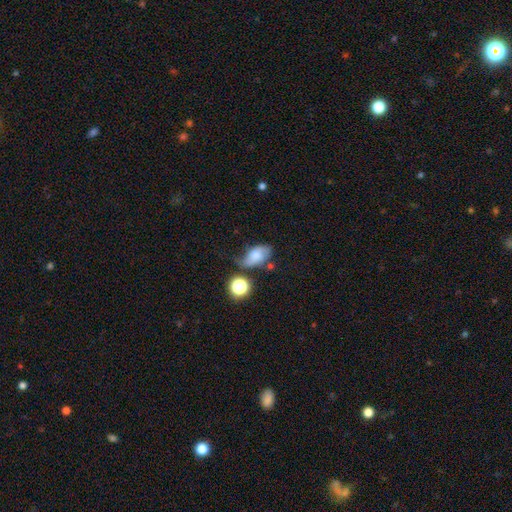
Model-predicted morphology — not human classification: Overall: smooth (63%; featured or disk 25%). How rounded: in between (87%). Merging: none (40%; minor disturbance 33%).